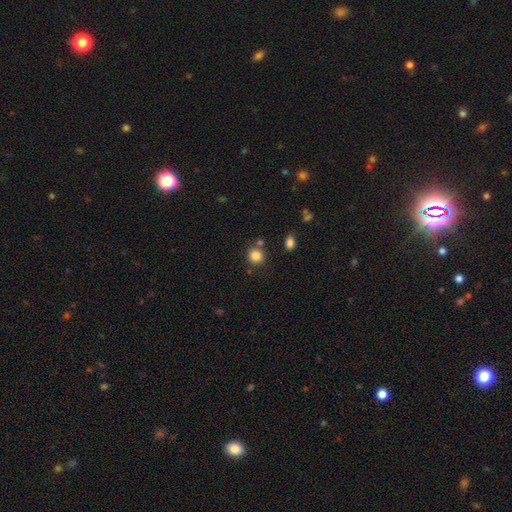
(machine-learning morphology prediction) Q: Smooth or featured?
A: smooth (85%); runner-up: star or artifact (11%)
Q: How rounded?
A: round (86%); runner-up: in between (13%)
Q: Merging?
A: none (78%); runner-up: merger (9%)